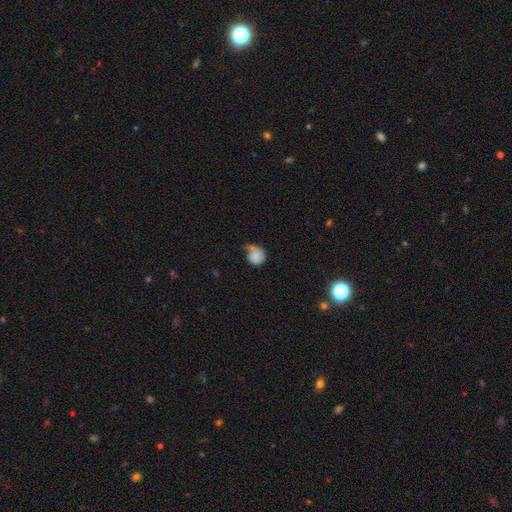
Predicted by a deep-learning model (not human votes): Smooth or featured? Predicted: smooth (p=0.67). How rounded? Predicted: round (p=0.69). Merging? Predicted: minor disturbance (p=0.35).